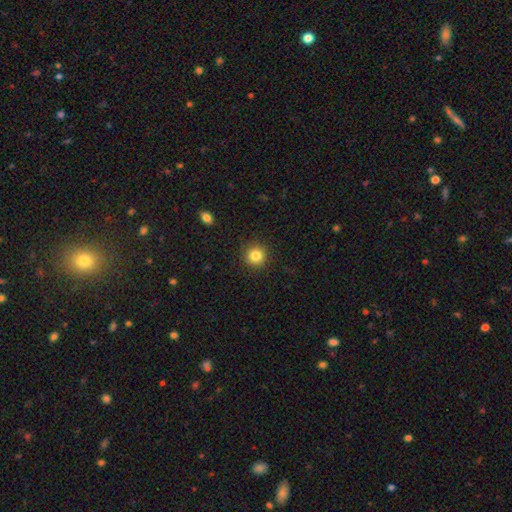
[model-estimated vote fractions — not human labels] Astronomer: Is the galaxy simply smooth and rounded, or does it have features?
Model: smooth — 83%.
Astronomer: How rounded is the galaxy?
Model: round — 94%.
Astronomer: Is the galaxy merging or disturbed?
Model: none — 92%.